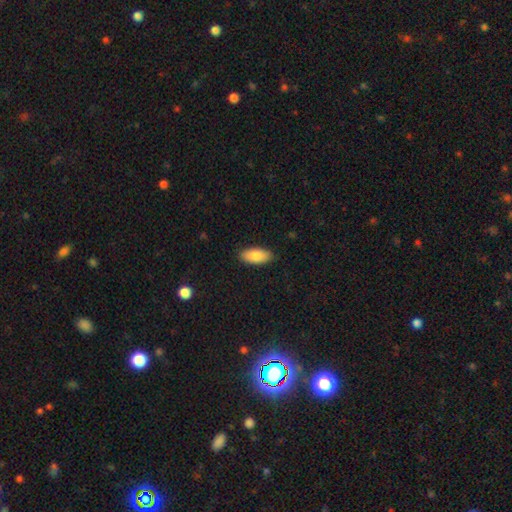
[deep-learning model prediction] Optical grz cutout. It shows a smooth galaxy with no disk features (89%) that is in between round and cigar-shaped (90%). Merging: none (88%).